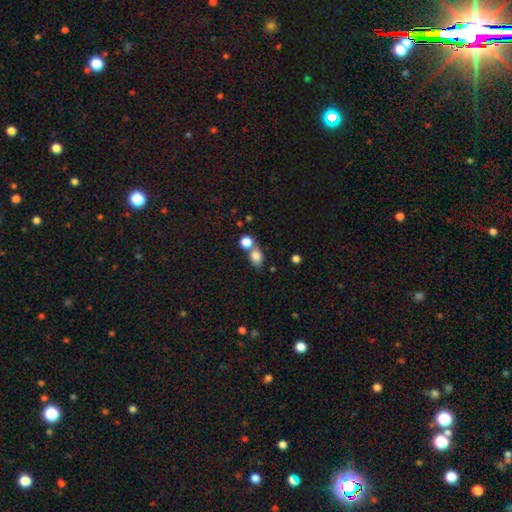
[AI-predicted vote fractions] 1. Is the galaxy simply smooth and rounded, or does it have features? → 81% smooth, 11% star or artifact, 8% featured or disk.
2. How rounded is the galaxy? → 65% in between, 34% round, 2% cigar-shaped.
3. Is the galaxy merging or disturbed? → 47% none, 37% merger, 11% minor disturbance, 4% major disturbance.